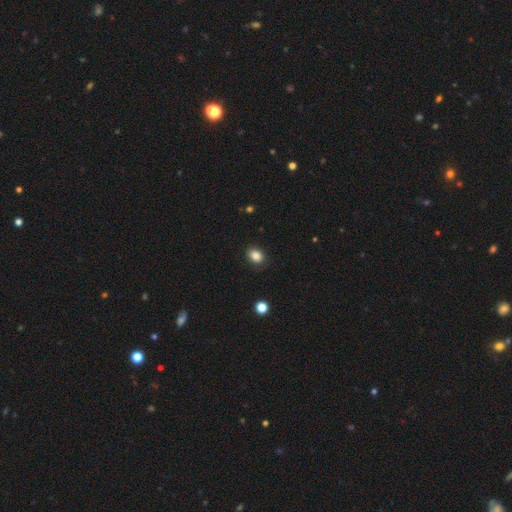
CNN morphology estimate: A smooth galaxy with no disk features (86%) that is in between round and cigar-shaped (61%). Merging: none (87%).